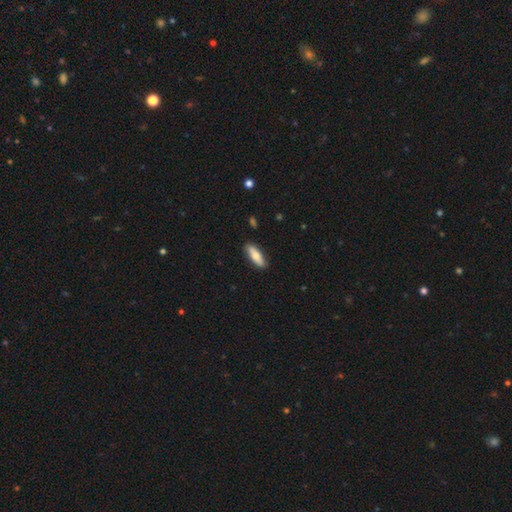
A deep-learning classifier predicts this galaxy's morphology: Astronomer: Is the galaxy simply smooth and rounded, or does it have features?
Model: smooth — 70%.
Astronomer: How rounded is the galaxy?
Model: in between — 53% (runner-up: cigar-shaped, 45%).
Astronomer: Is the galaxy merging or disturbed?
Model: none — 87%.